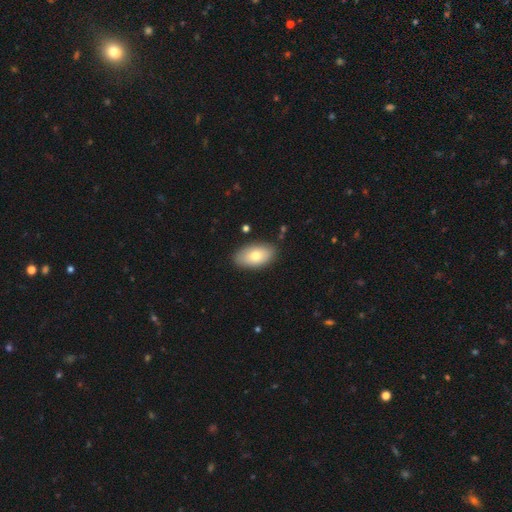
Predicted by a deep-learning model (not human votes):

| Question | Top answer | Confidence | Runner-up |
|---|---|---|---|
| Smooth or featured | smooth | 76% | featured or disk (18%) |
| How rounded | in between | 94% | round (5%) |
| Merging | none | 85% | minor disturbance (11%) |